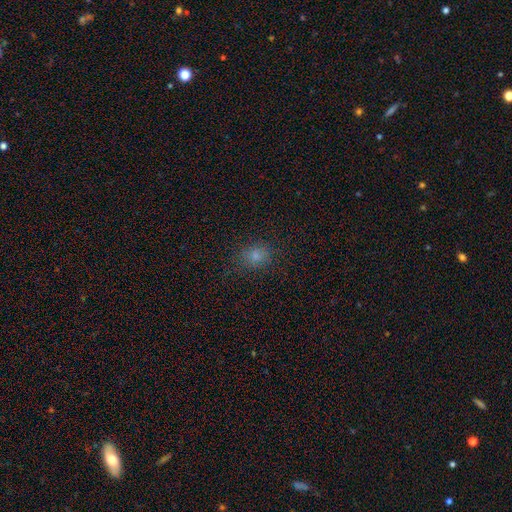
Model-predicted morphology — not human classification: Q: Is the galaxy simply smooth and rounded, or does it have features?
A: smooth — 70%.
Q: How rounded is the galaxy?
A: round — 62%.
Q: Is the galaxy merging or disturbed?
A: none — 82%.